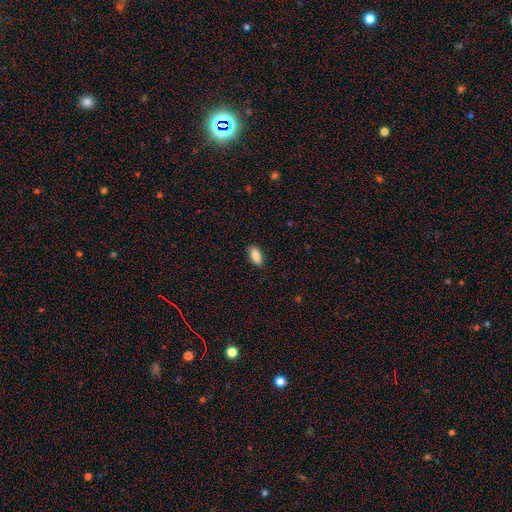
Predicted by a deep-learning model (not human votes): The model was most divided on "merging": none: 87%, minor disturbance: 10%, major disturbance: 2%, merger: 1%. More confident: smooth or featured — smooth (89%); how rounded — in between (87%).